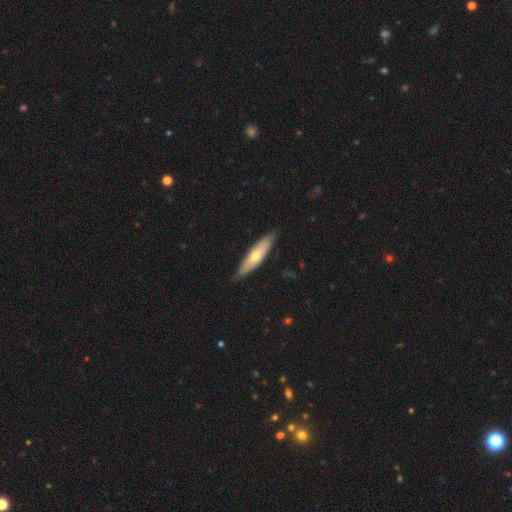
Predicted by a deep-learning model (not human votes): Smooth or featured?
  - smooth: 56% *
  - featured or disk: 39%
  - star or artifact: 5%
How rounded?
  - cigar-shaped: 64% *
  - in between: 34%
  - round: 2%
Merging?
  - none: 82% *
  - minor disturbance: 15%
  - major disturbance: 2%
  - merger: 1%